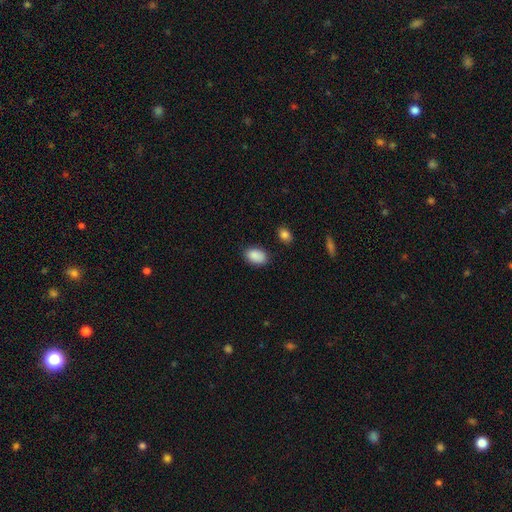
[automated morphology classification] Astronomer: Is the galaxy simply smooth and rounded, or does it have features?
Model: smooth — 89%.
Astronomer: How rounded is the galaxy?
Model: in between — 88%.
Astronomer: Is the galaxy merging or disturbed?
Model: none — 83%.